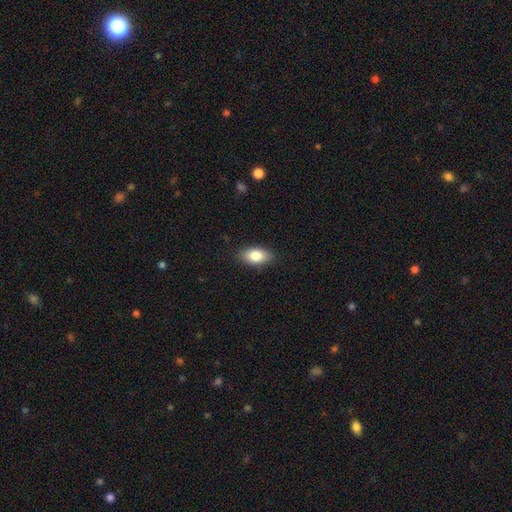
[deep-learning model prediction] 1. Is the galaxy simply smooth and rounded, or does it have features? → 82% smooth, 11% featured or disk, 7% star or artifact.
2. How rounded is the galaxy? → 90% in between, 6% round, 4% cigar-shaped.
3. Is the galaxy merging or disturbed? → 87% none, 10% minor disturbance, 2% major disturbance, 1% merger.